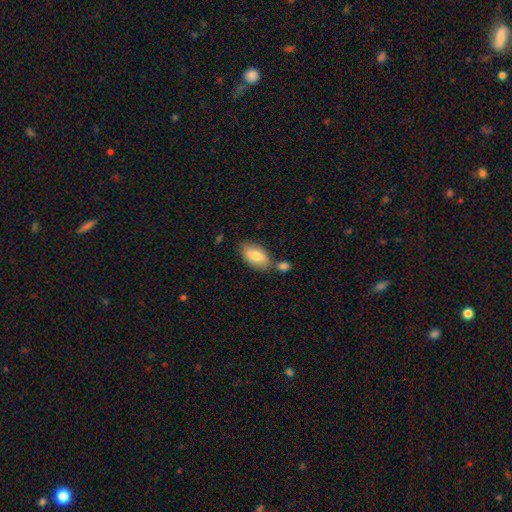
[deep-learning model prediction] A smooth galaxy with no disk features (80%) that is in between round and cigar-shaped (94%). Merging: none (63%).